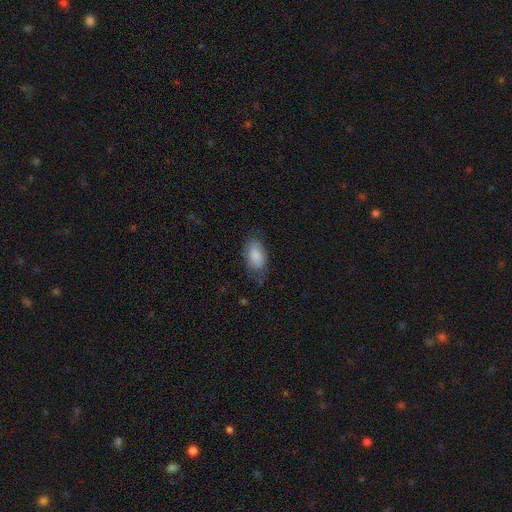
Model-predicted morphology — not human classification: Overall: smooth (85%). How rounded: in between (93%). Merging: none (66%).